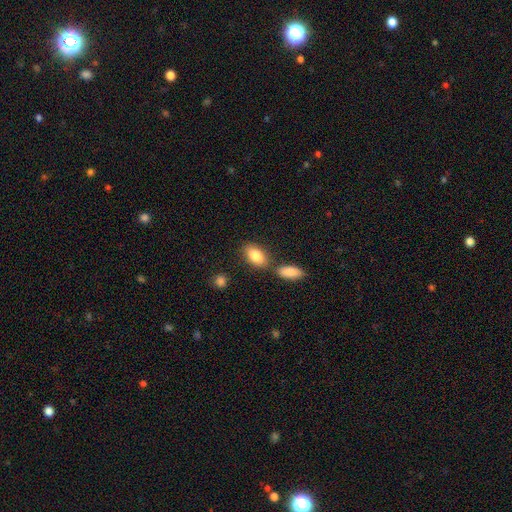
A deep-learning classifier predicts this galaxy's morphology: A smooth galaxy with no disk features (84%) that is in between round and cigar-shaped (90%). Merging: none (66%).